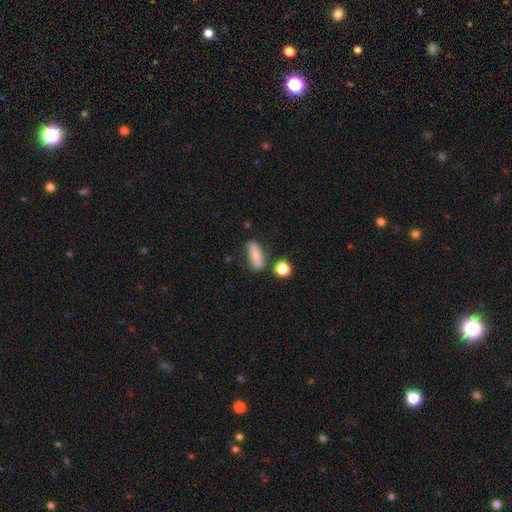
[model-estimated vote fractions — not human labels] Overall: smooth (73%). How rounded: in between (62%; cigar-shaped 33%). Merging: none (66%).